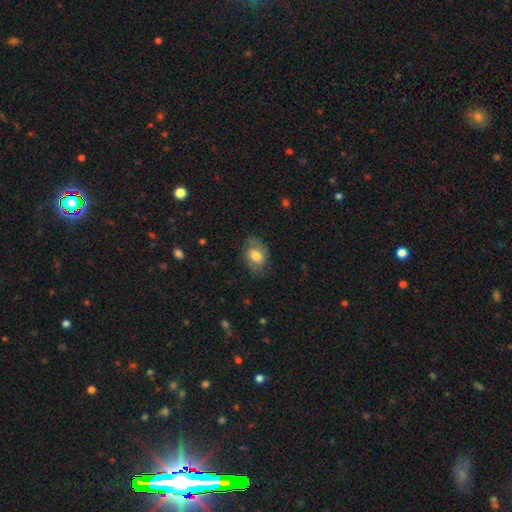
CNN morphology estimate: This appears to be a smooth galaxy with no disk features (58%) that is in between round and cigar-shaped (81%). Merging: none (66%).